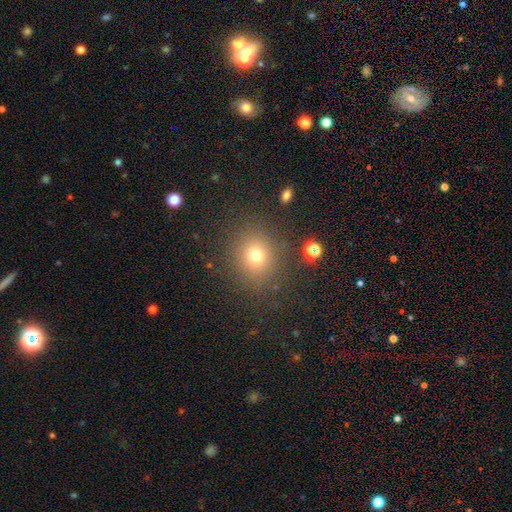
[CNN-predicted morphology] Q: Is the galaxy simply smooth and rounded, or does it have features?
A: smooth — 74%.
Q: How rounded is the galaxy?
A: round — 81%.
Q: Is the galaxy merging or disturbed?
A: none — 86%.